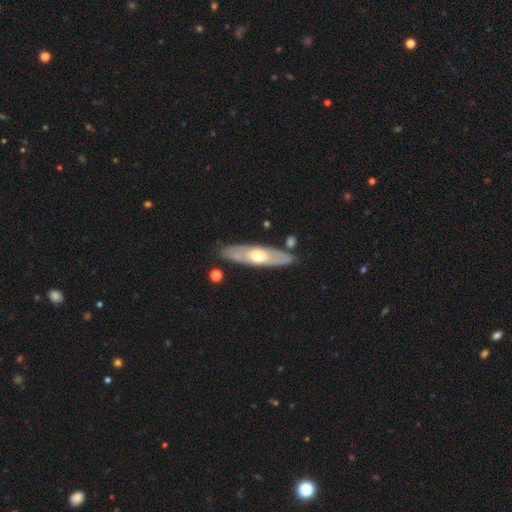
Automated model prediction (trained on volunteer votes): This appears to be a featured or disk galaxy (60%) viewed edge-on (50%, tied with no). Merging: none (82%).